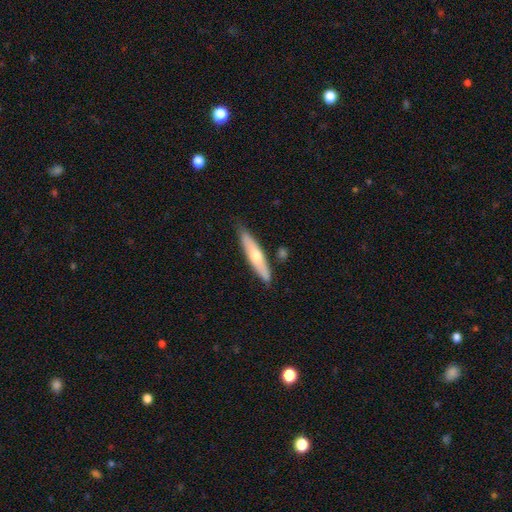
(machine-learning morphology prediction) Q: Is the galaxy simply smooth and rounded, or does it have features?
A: smooth — 51%.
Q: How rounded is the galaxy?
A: cigar-shaped — 81%.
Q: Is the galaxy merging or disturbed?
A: none — 80%.